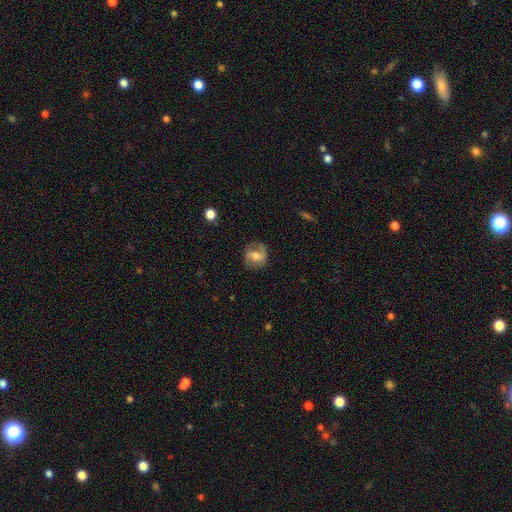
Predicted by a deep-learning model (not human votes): A featured or disk galaxy (57%) with a weak bar (42%), spiral arms (79%) and a moderate central bulge (62%).

Vote fractions:
- Smooth or featured? featured or disk: 57% / smooth: 35% / star or artifact: 8%
- Edge-on disk? no: 95% / yes: 5%
- Bar? weak: 42% / no: 29% / strong: 29%
- Spiral arms? yes: 79% / no: 21%
- Bulge size? moderate: 62% / small: 28% / large: 7% / none: 3% / dominant: 1%
- Merging? none: 72% / minor disturbance: 18% / major disturbance: 9% / merger: 2%